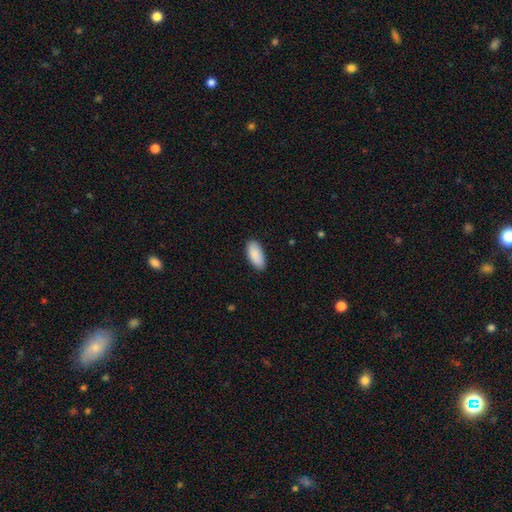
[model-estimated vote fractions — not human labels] smooth_or_featured: smooth (p=0.91) [alt: star or artifact p=0.06]
how_rounded: in between (p=0.91) [alt: cigar-shaped p=0.07]
merging: none (p=0.87) [alt: minor disturbance p=0.10]